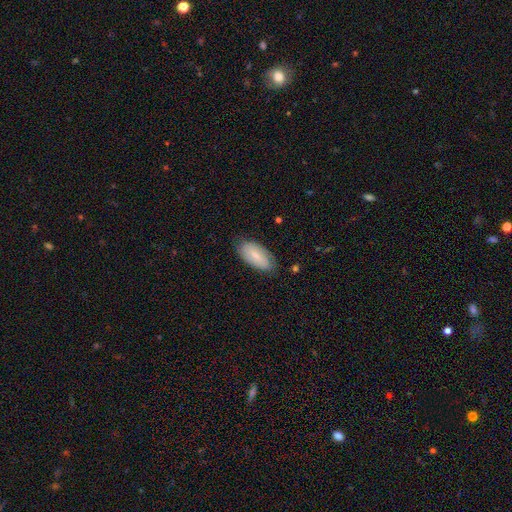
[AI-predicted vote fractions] Smooth or featured? smooth (64%)
How rounded? in between (92%)
Merging? none (78%)